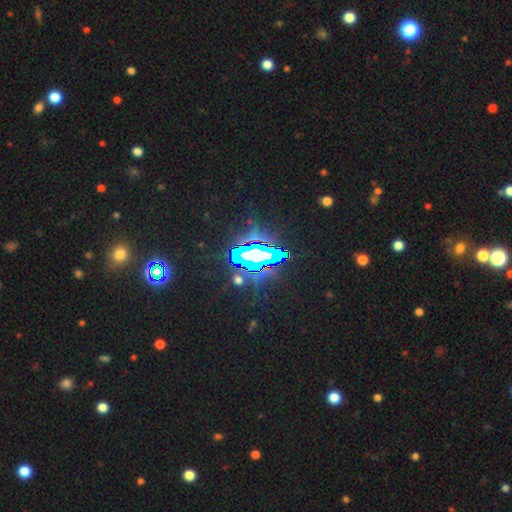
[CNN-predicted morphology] Q: Smooth or featured?
A: star or artifact (73%); runner-up: smooth (14%)